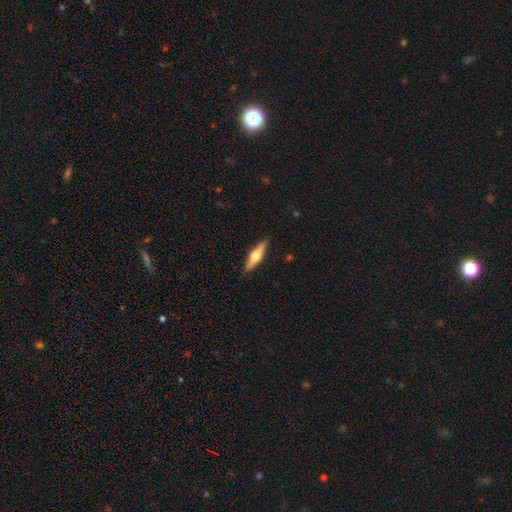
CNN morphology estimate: Smooth or featured? Predicted: featured or disk (p=0.55). Edge-on disk? Predicted: yes (p=0.95). Edge-on bulge? Predicted: rounded (p=0.94). Merging? Predicted: none (p=0.91).